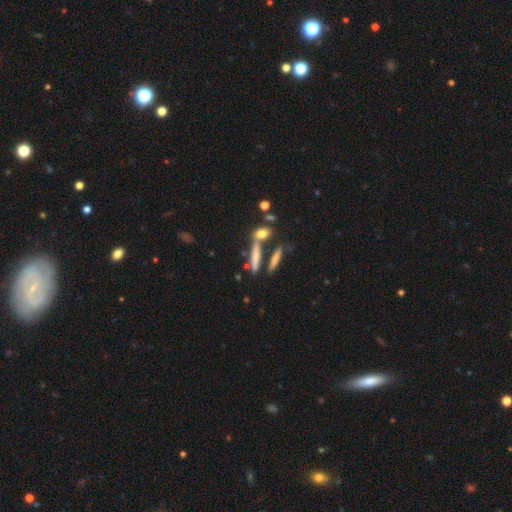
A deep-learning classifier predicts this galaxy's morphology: smooth-or-featured: smooth: 50% | featured or disk: 35% | star or artifact: 15%
  merging: none: 54% | merger: 29% | minor disturbance: 11% | major disturbance: 6%